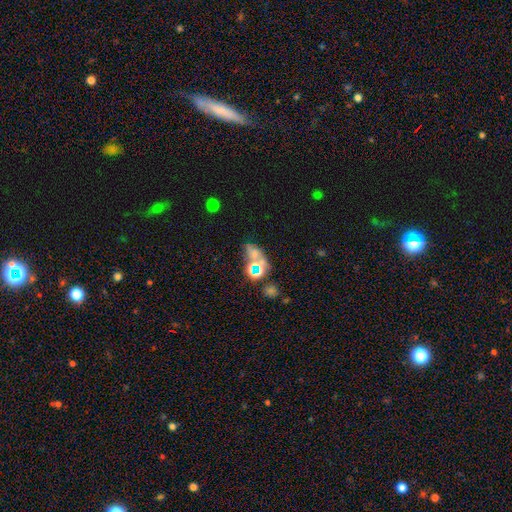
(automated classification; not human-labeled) The model was most divided on "smooth or featured": star or artifact: 42%, smooth: 36%, featured or disk: 22%.